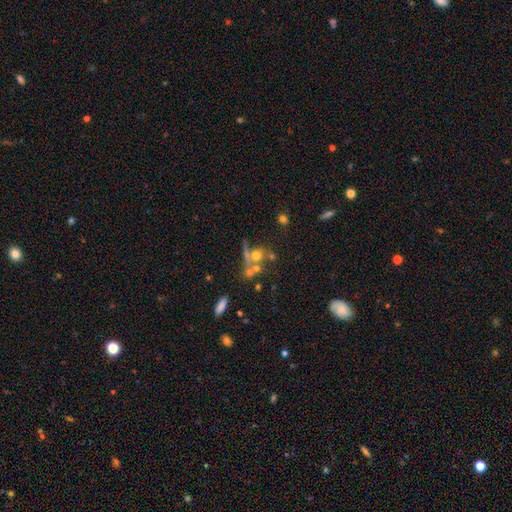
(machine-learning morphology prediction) smooth 50%, featured or disk 32%, star or artifact 18%. Down the decision tree: how rounded — round (74%); merging — merger (43%).